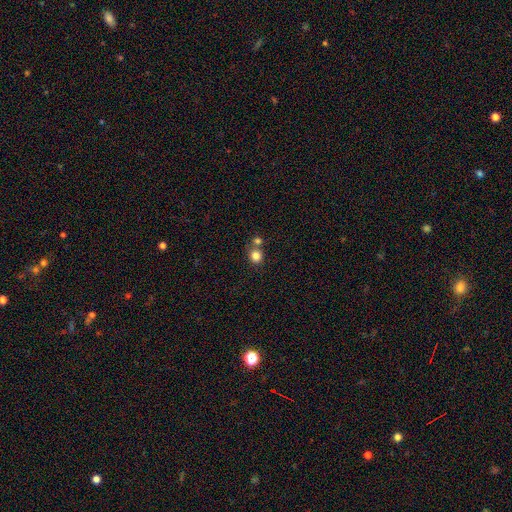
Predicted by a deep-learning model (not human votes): Q: Smooth or featured?
A: smooth (82%); runner-up: star or artifact (11%)
Q: How rounded?
A: round (86%); runner-up: in between (13%)
Q: Merging?
A: none (58%); runner-up: merger (31%)